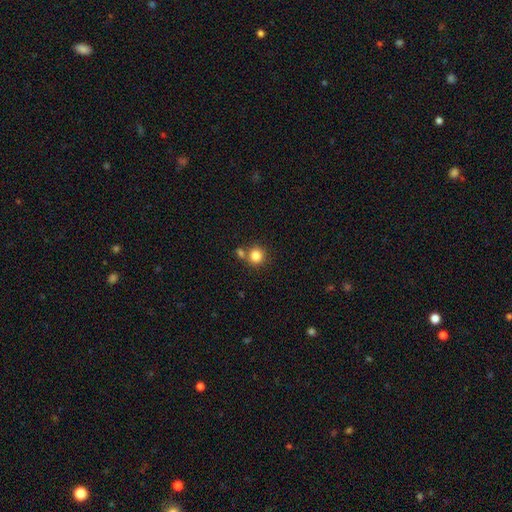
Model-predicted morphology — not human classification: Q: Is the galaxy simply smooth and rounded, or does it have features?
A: smooth — 83%.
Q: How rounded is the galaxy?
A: round — 88%.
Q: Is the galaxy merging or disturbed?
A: none — 64%.